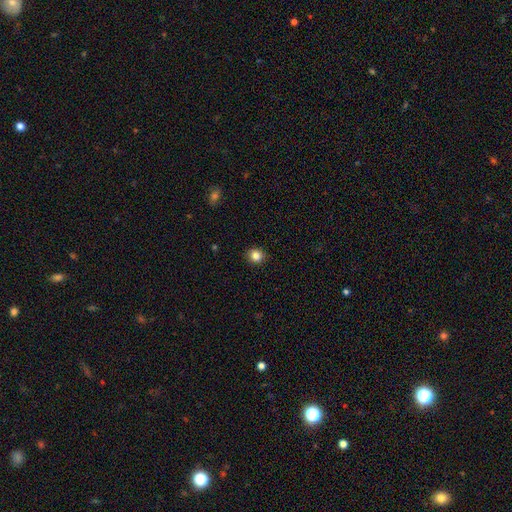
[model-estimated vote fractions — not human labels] smooth_or_featured: smooth (p=0.84) [alt: star or artifact p=0.11]
how_rounded: round (p=0.85) [alt: in between p=0.14]
merging: none (p=0.92) [alt: minor disturbance p=0.06]